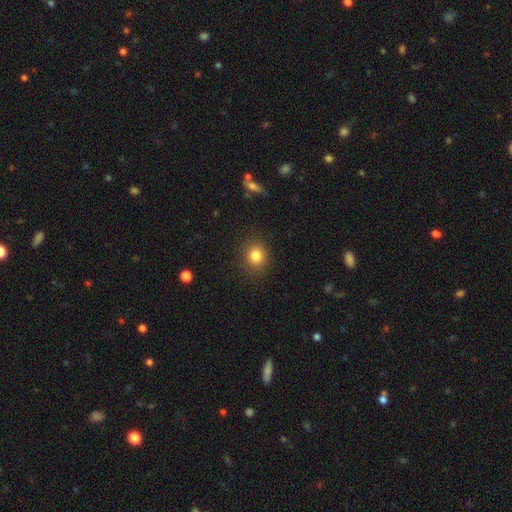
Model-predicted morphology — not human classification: smooth_or_featured: smooth (p=0.83) [alt: star or artifact p=0.11]
how_rounded: round (p=0.77) [alt: in between p=0.22]
merging: none (p=0.87) [alt: minor disturbance p=0.09]